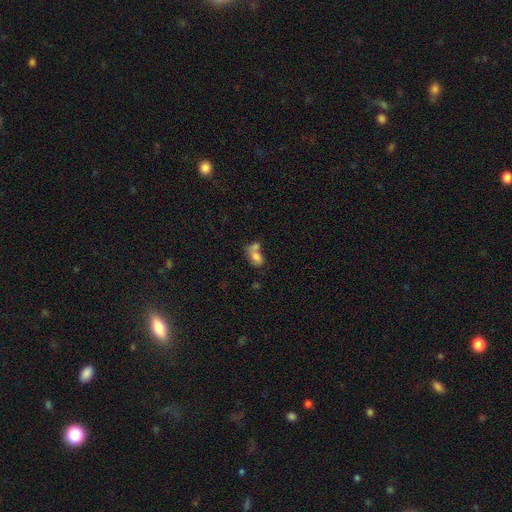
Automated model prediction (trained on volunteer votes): This is likely a smooth galaxy (74%). How rounded: clearly in between (83%). Merging: likely merger (60%).